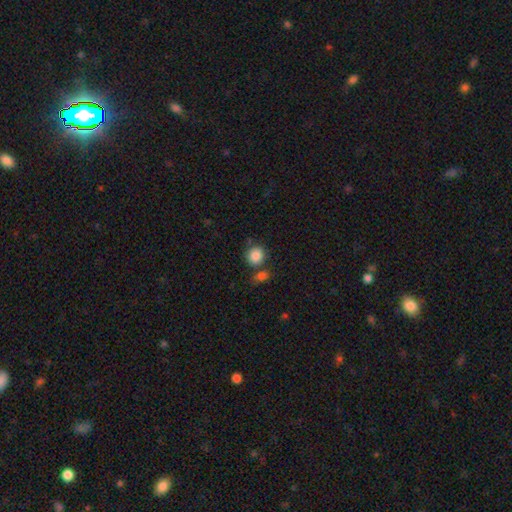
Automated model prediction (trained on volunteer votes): Smooth or featured: smooth — 87% (star or artifact — 9%)
How rounded: round — 83% (in between — 16%)
Merging: none — 66% (merger — 18%)